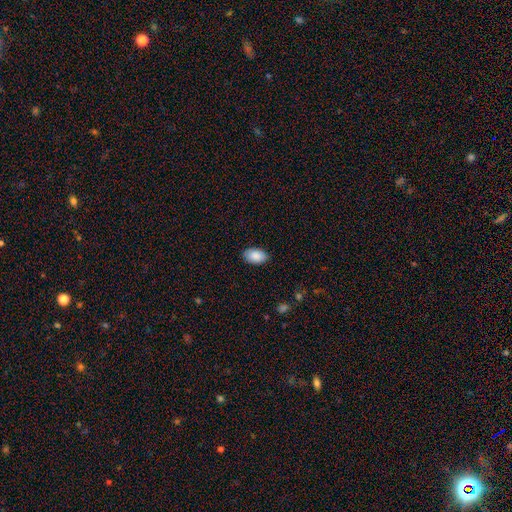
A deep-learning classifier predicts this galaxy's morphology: A smooth galaxy with no disk features (88%) that is in between round and cigar-shaped (93%).

Vote fractions:
- Smooth or featured? smooth: 88% / star or artifact: 6% / featured or disk: 5%
- How rounded? in between: 93% / round: 5% / cigar-shaped: 1%
- Merging? none: 86% / minor disturbance: 10% / major disturbance: 2% / merger: 1%